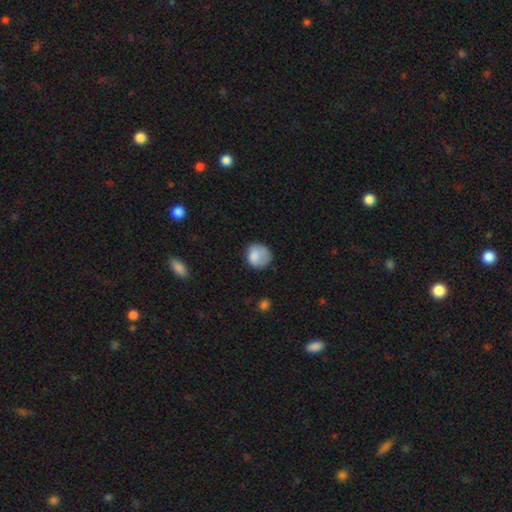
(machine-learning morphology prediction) smooth-or-featured: smooth: 80% | featured or disk: 11% | star or artifact: 9%
  how-rounded: round: 79% | in between: 20% | cigar-shaped: 1%
  merging: none: 59% | minor disturbance: 26% | major disturbance: 12% | merger: 2%